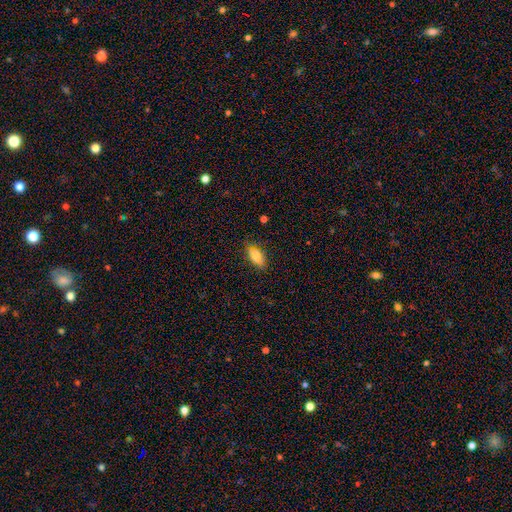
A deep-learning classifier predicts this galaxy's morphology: smooth 86%, star or artifact 7%, featured or disk 7%. Down the decision tree: how rounded — in between (88%); merging — none (80%).